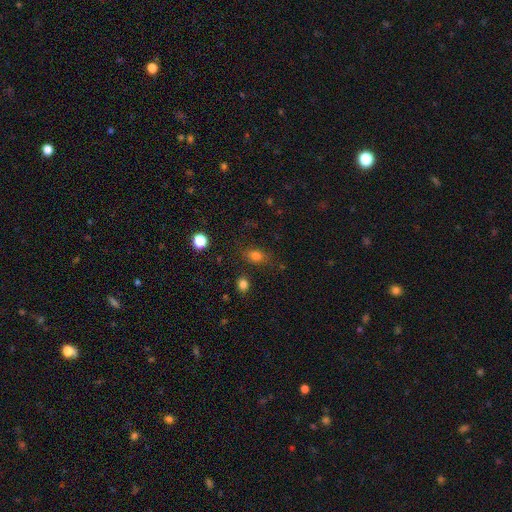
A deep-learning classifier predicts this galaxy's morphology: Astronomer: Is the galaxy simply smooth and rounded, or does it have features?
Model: smooth — 79%.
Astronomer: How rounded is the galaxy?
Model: in between — 71%.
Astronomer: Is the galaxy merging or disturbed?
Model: none — 76%.